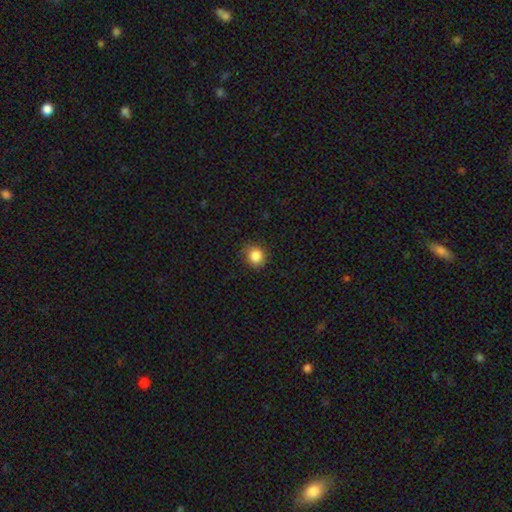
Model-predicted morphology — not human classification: Q: Smooth or featured?
A: smooth (85%); runner-up: star or artifact (11%)
Q: How rounded?
A: round (86%); runner-up: in between (13%)
Q: Merging?
A: none (80%); runner-up: minor disturbance (16%)